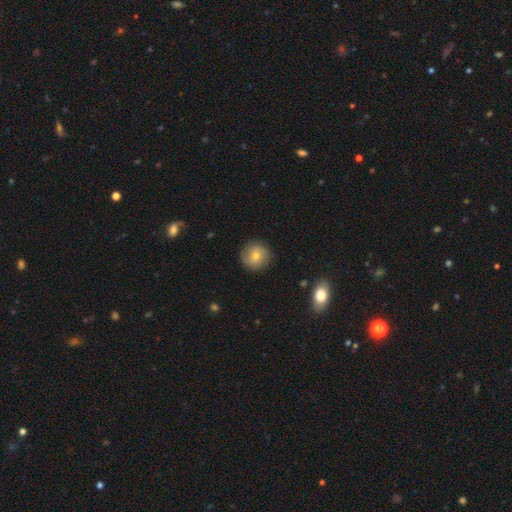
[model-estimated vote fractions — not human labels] Q: Smooth or featured?
A: smooth (54%); runner-up: featured or disk (36%)
Q: How rounded?
A: round (91%); runner-up: in between (8%)
Q: Merging?
A: none (85%); runner-up: minor disturbance (11%)